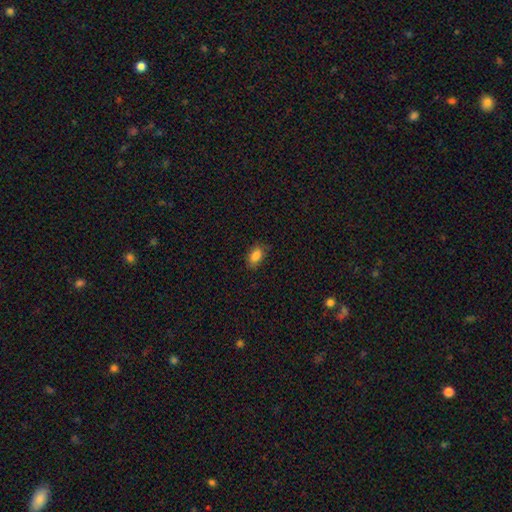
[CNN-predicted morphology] A smooth galaxy with no disk features (85%) that is in between round and cigar-shaped (88%).

Vote fractions:
- Smooth or featured? smooth: 85% / star or artifact: 9% / featured or disk: 6%
- How rounded? in between: 88% / round: 9% / cigar-shaped: 3%
- Merging? none: 80% / minor disturbance: 16% / major disturbance: 3% / merger: 1%